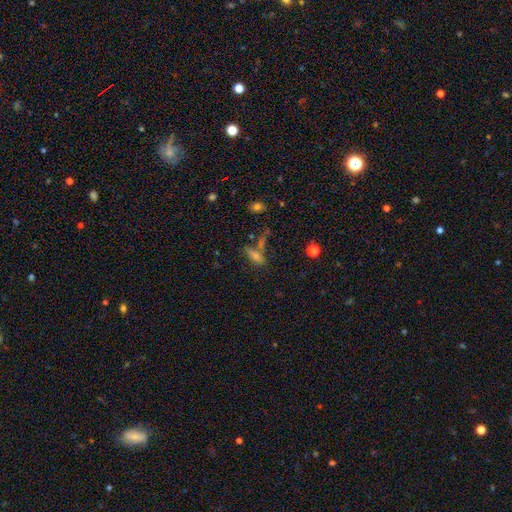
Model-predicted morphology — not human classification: Q: Smooth or featured?
A: smooth (53%); runner-up: star or artifact (25%)
Q: How rounded?
A: in between (49%); runner-up: cigar-shaped (42%)
Q: Merging?
A: none (52%); runner-up: merger (20%)